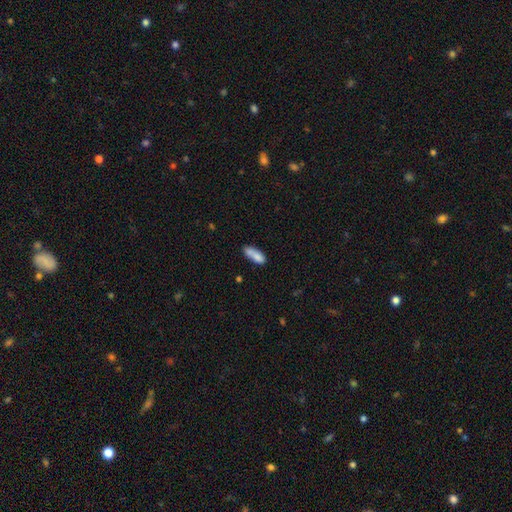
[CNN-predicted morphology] The model was most divided on "how rounded": in between: 63%, cigar-shaped: 35%, round: 2%. More confident: smooth or featured — smooth (80%); merging — none (51%).